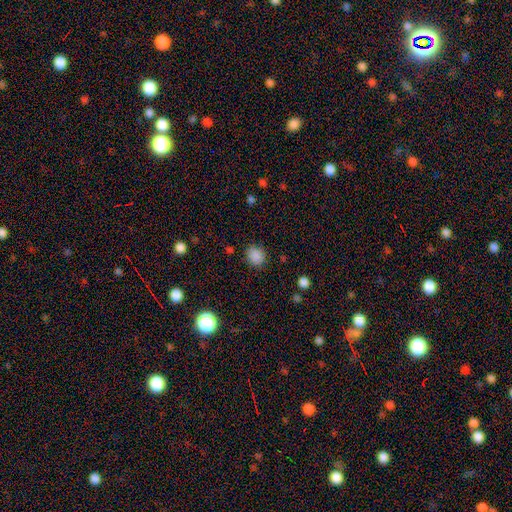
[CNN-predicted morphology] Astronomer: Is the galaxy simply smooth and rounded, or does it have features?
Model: smooth — 86%.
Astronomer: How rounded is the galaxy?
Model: round — 81%.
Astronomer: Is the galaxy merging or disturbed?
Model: none — 85%.